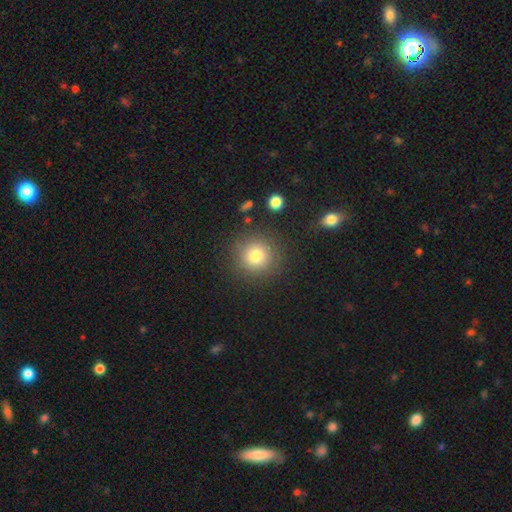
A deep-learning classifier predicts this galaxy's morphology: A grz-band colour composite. It shows a smooth galaxy with no disk features (78%) that is round (94%). Merging: none (87%).